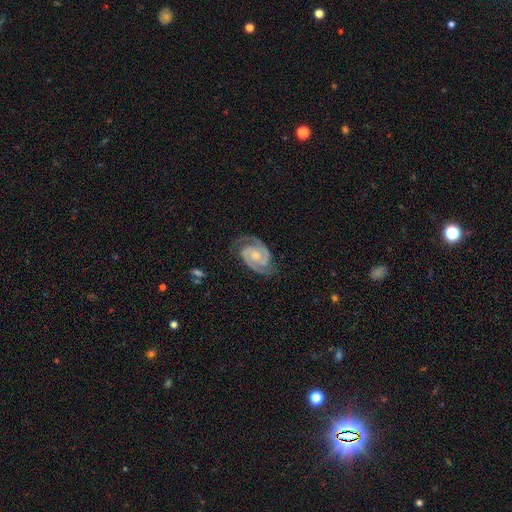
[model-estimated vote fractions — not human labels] The model was most divided on "bulge size": small: 50%, moderate: 44%, none: 4%, large: 2%, dominant: 1%. More confident: spiral arms — yes (99%); edge-on disk — no (98%); spiral arm count — 2 (93%); smooth or featured — featured or disk (92%); merging — none (80%); bar — no (56%); spiral winding — tight (54%).